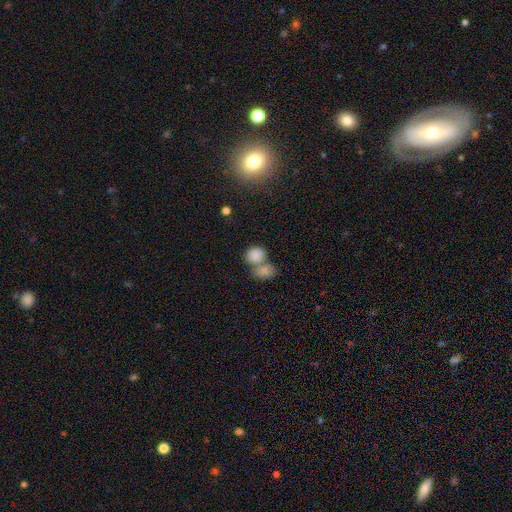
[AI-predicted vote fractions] A smooth galaxy with no disk features (84%) that is round (64%).

Vote fractions:
- Smooth or featured? smooth: 84% / star or artifact: 9% / featured or disk: 7%
- How rounded? round: 64% / in between: 34% / cigar-shaped: 1%
- Merging? merger: 56% / none: 32% / minor disturbance: 8% / major disturbance: 4%